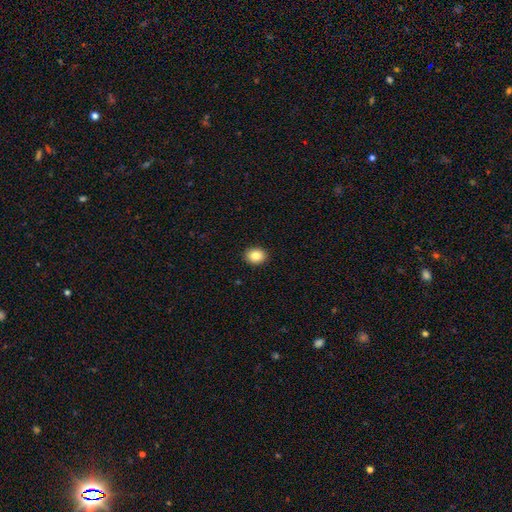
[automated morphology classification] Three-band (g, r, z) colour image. It shows a smooth galaxy with no disk features (86%) that is in between round and cigar-shaped (51%). Merging: none (92%).